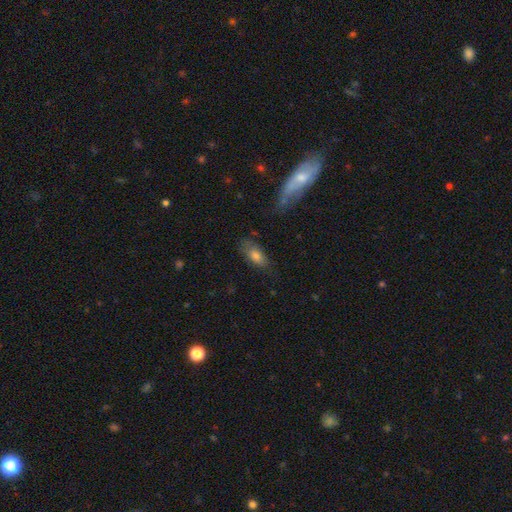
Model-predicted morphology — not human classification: type=smooth (75%); roundness=in between (81%); merging=none (70%).